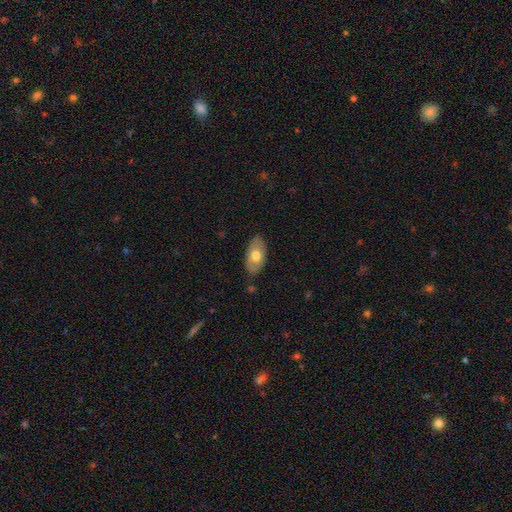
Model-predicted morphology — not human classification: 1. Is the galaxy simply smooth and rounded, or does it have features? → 64% smooth, 31% featured or disk, 6% star or artifact.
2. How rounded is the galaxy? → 94% in between, 4% round, 2% cigar-shaped.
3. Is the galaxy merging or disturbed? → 81% none, 15% minor disturbance, 3% major disturbance, 2% merger.